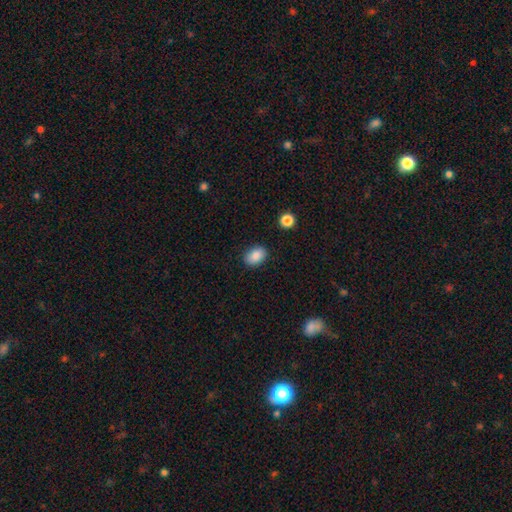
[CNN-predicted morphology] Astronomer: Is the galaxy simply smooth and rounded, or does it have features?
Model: smooth — 87%.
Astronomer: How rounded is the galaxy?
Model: in between — 81%.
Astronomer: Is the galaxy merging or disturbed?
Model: none — 88%.